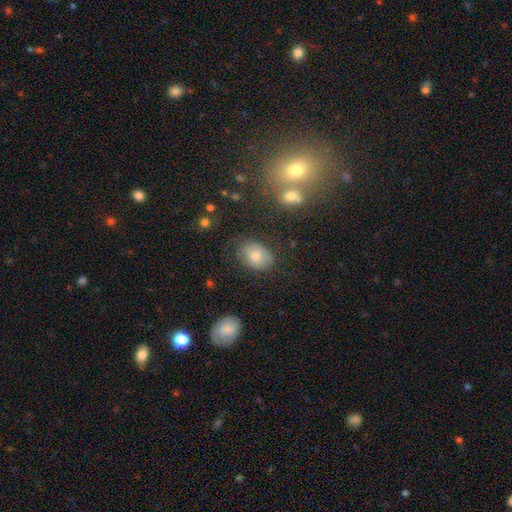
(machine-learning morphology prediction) This appears to be a smooth galaxy with no disk features (71%) that is in between round and cigar-shaped (73%). Merging: none (73%).